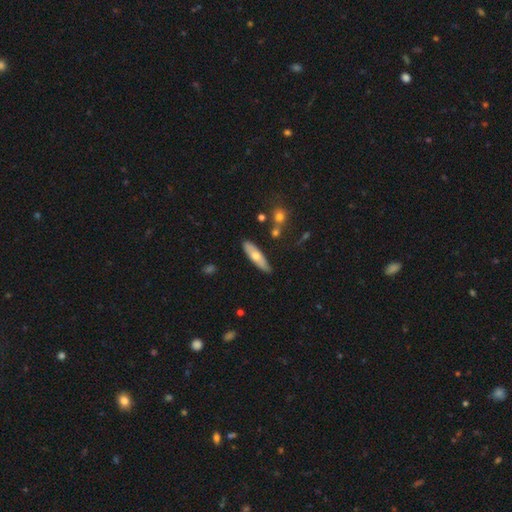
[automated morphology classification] smooth 58%, featured or disk 37%, star or artifact 6%. Down the decision tree: how rounded — cigar-shaped (64%); merging — none (83%).